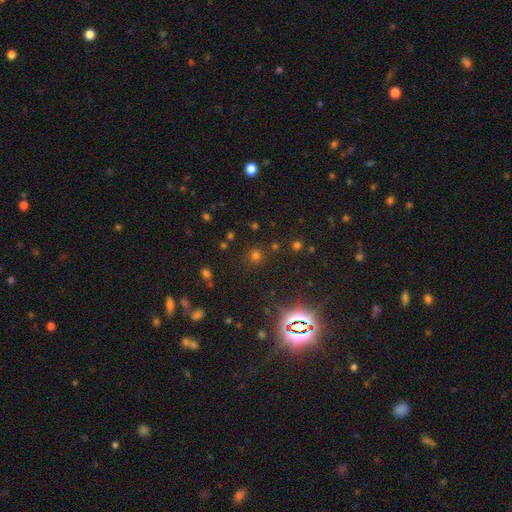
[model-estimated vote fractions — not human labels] Q: Smooth or featured?
A: smooth (58%); runner-up: star or artifact (36%)
Q: How rounded?
A: round (93%); runner-up: in between (6%)
Q: Merging?
A: none (87%); runner-up: minor disturbance (7%)